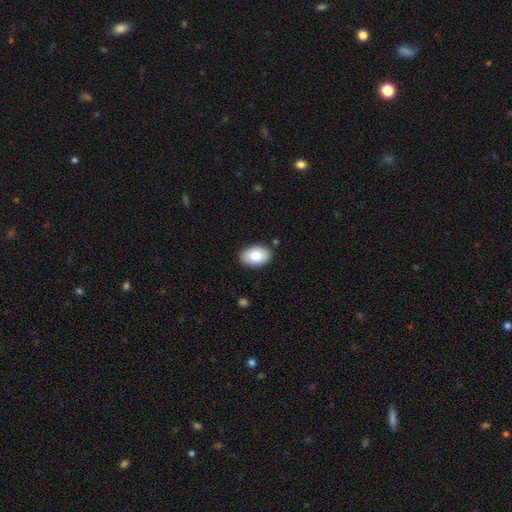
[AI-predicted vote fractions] smooth_or_featured: smooth (p=0.83) [alt: featured or disk p=0.10]
how_rounded: in between (p=0.88) [alt: round p=0.11]
merging: none (p=0.87) [alt: minor disturbance p=0.10]